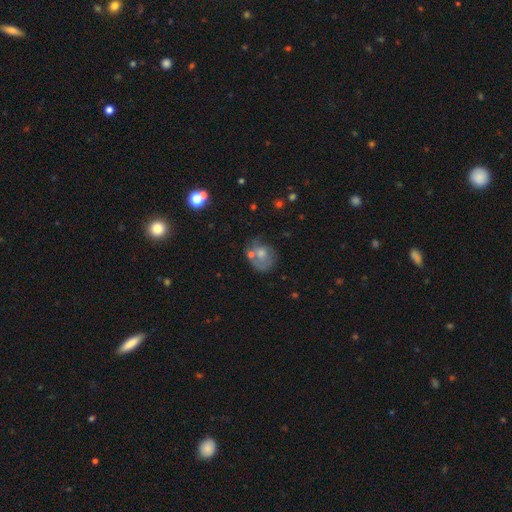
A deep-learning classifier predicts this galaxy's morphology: smooth 48%, featured or disk 38%, star or artifact 14%. Down the decision tree: merging — none (46%).